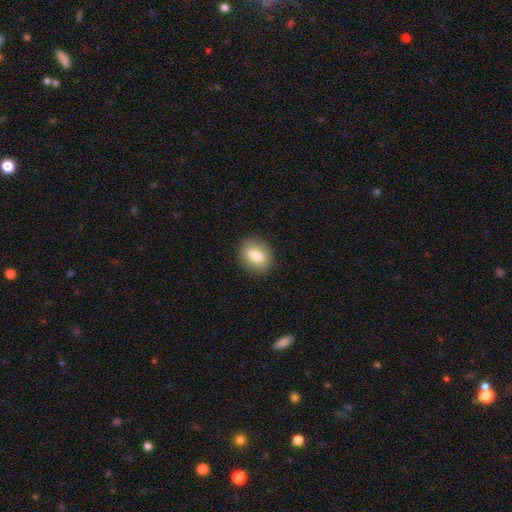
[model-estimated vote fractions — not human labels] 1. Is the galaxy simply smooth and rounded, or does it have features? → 77% smooth, 15% featured or disk, 8% star or artifact.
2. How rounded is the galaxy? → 57% in between, 41% round, 2% cigar-shaped.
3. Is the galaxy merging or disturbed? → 88% none, 8% minor disturbance, 3% major disturbance, 1% merger.